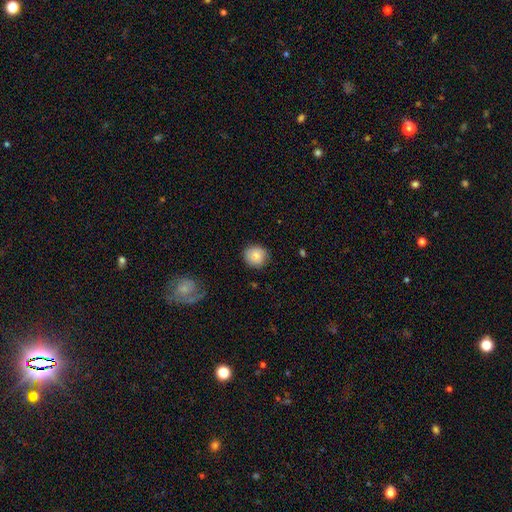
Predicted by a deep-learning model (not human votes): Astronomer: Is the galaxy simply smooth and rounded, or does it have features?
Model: smooth — 77%.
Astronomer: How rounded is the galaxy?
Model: round — 87%.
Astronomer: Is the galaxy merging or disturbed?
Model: none — 82%.